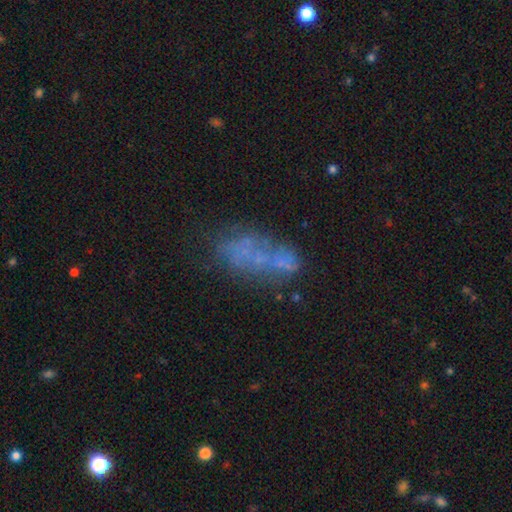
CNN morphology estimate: A featured or disk galaxy (48%).

Vote fractions:
- Smooth or featured? featured or disk: 48% / smooth: 33% / star or artifact: 19%
- Merging? none: 46% / major disturbance: 19% / minor disturbance: 18% / merger: 17%